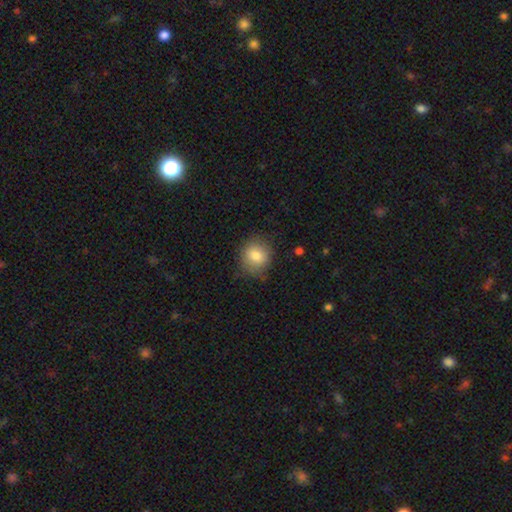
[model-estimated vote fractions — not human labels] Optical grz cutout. It shows a smooth galaxy with no disk features (81%) that is round (83%). Merging: none (77%).